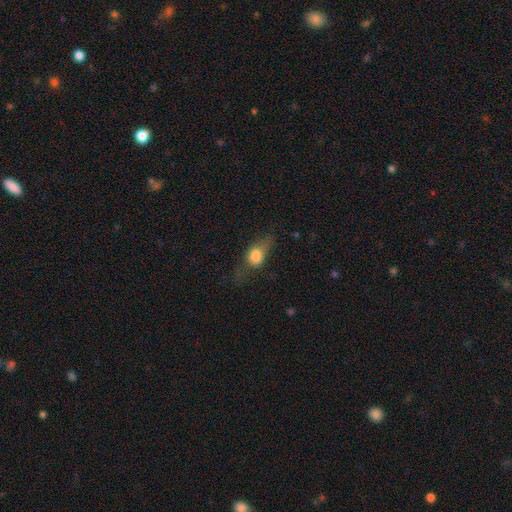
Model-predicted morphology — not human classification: A smooth galaxy with no disk features (67%) that is in between round and cigar-shaped (59%). Merging: none (43%).